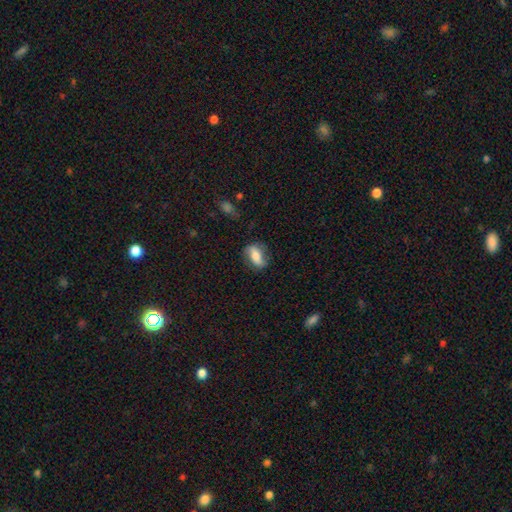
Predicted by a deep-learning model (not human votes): Morphology: type=smooth (51%); roundness=in between (80%); merging=none (72%).